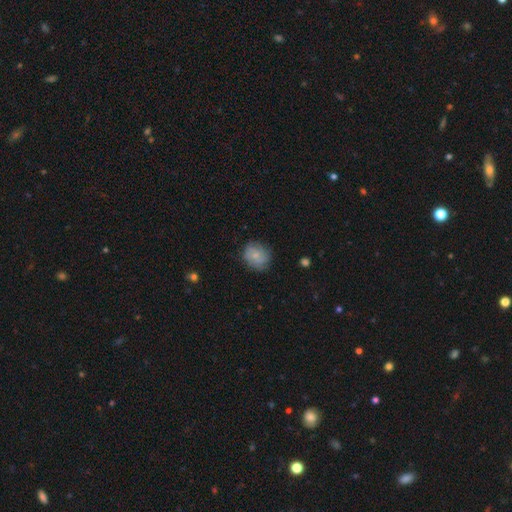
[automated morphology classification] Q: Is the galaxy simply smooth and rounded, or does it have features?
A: smooth — 60%.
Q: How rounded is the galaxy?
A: round — 73%.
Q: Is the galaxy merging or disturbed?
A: none — 72%.